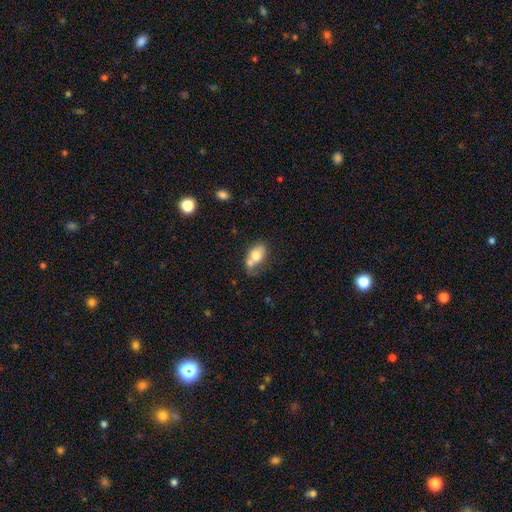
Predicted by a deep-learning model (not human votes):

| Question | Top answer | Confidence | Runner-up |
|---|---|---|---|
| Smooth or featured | smooth | 70% | featured or disk (22%) |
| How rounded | in between | 80% | round (18%) |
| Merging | merger | 45% | none (29%) |